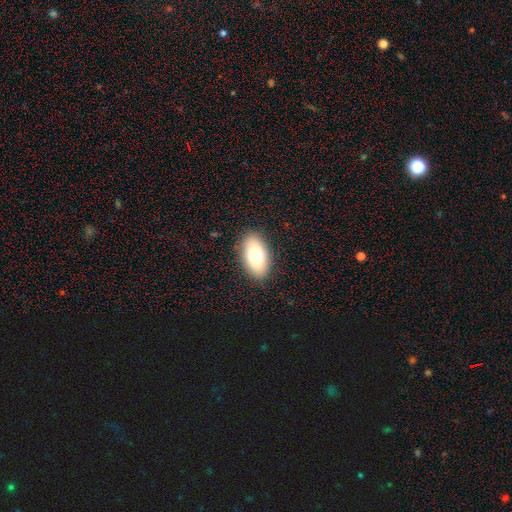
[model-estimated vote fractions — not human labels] smooth_or_featured: smooth (p=0.76) [alt: featured or disk p=0.17]
how_rounded: in between (p=0.92) [alt: round p=0.04]
merging: none (p=0.88) [alt: minor disturbance p=0.09]